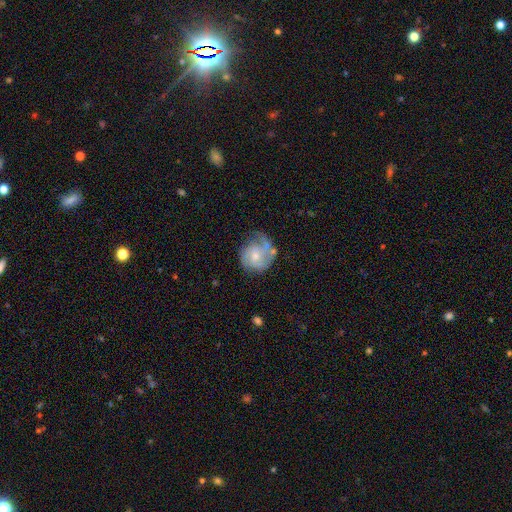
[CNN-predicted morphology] The model was most divided on "spiral winding" (2-way tie): medium: 40%, tight: 40%, loose: 20%. Remaining: edge-on disk — no (98%); spiral arms — yes (85%); smooth or featured — featured or disk (64%); bar — no (60%); bulge size — small (52%); merging — none (46%); spiral arm count — 2 (40%).